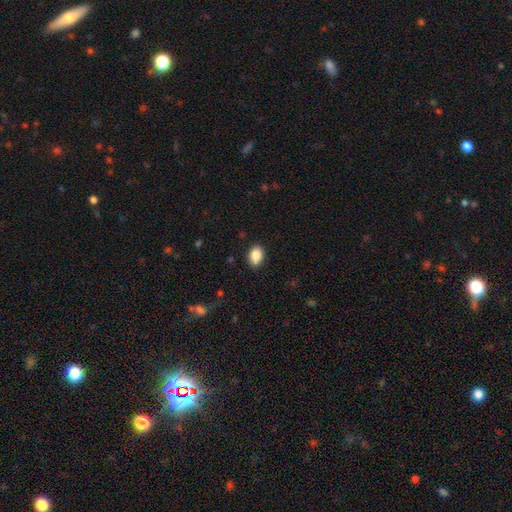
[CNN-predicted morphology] A smooth galaxy with no disk features (88%) that is in between round and cigar-shaped (80%). Merging: none (87%).